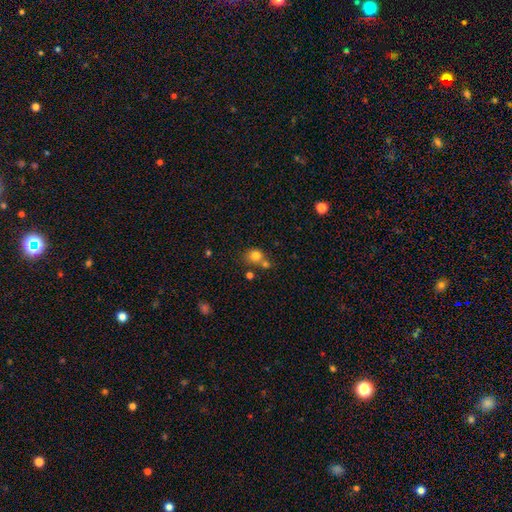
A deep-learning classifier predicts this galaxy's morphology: Smooth or featured? Predicted: smooth (p=0.79). How rounded? Predicted: round (p=0.76). Merging? Predicted: none (p=0.50).